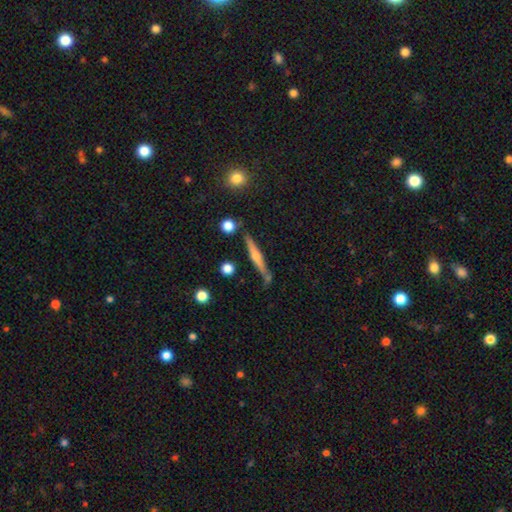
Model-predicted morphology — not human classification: The model was most divided on "smooth or featured": featured or disk: 64%, smooth: 29%, star or artifact: 7%. More confident: edge-on disk — yes (97%); edge-on bulge — rounded (81%); merging — none (78%).